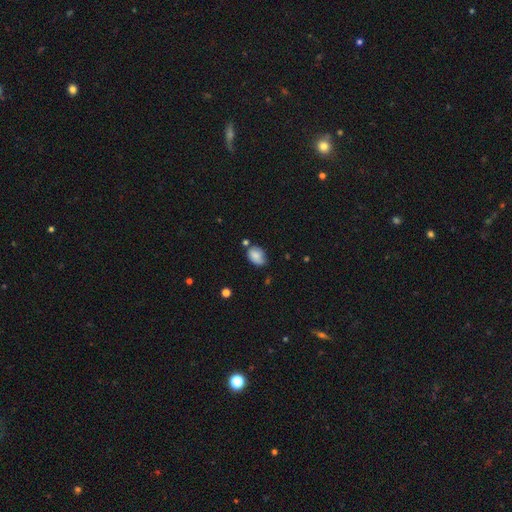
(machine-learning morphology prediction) type=smooth (81%); roundness=in between (79%); merging=none (56%).